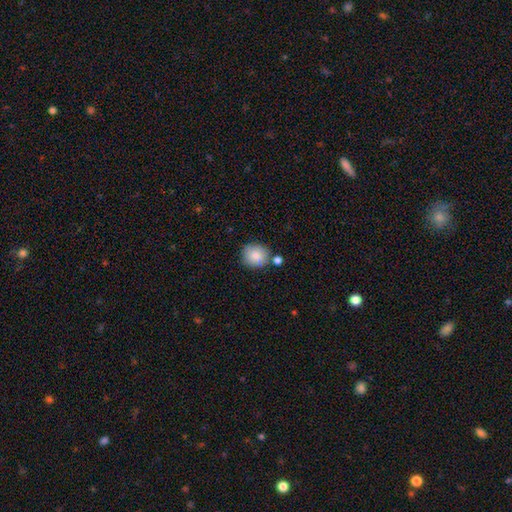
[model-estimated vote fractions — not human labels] Q: Smooth or featured?
A: smooth (84%); runner-up: featured or disk (8%)
Q: How rounded?
A: round (84%); runner-up: in between (15%)
Q: Merging?
A: none (74%); runner-up: minor disturbance (14%)